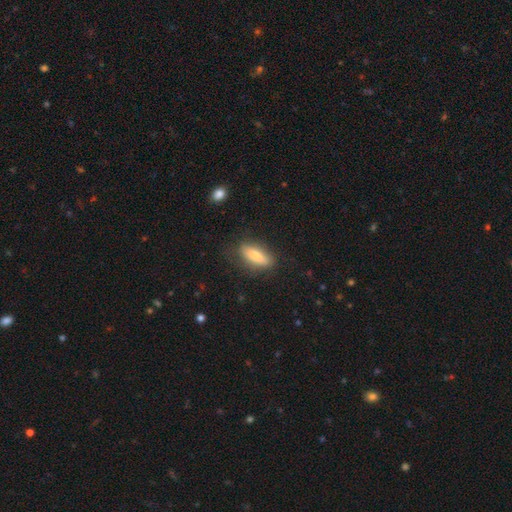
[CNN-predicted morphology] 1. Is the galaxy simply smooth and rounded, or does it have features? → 78% smooth, 15% featured or disk, 6% star or artifact.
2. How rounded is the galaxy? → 65% in between, 32% cigar-shaped, 2% round.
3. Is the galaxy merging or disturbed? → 78% none, 16% minor disturbance, 5% major disturbance, 1% merger.